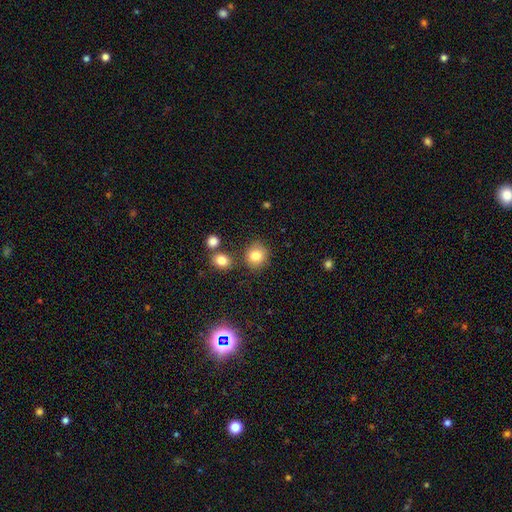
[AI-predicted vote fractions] A smooth galaxy with no disk features (82%) that is round (83%).

Vote fractions:
- Smooth or featured? smooth: 82% / star or artifact: 11% / featured or disk: 7%
- How rounded? round: 83% / in between: 16% / cigar-shaped: 1%
- Merging? none: 79% / minor disturbance: 11% / merger: 7% / major disturbance: 3%